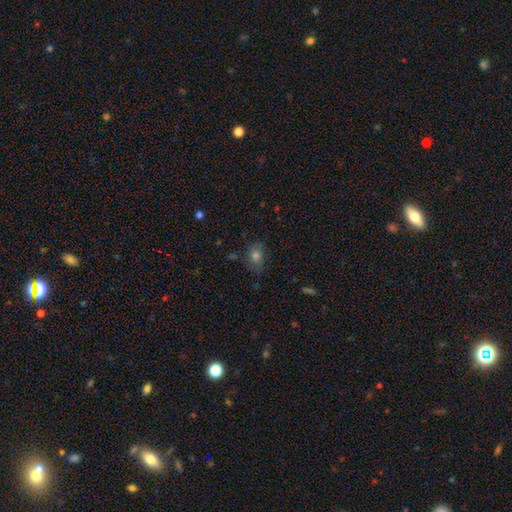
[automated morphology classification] The model was most divided on "how rounded": in between: 65%, round: 33%, cigar-shaped: 2%. More confident: smooth or featured — smooth (70%); merging — none (70%).